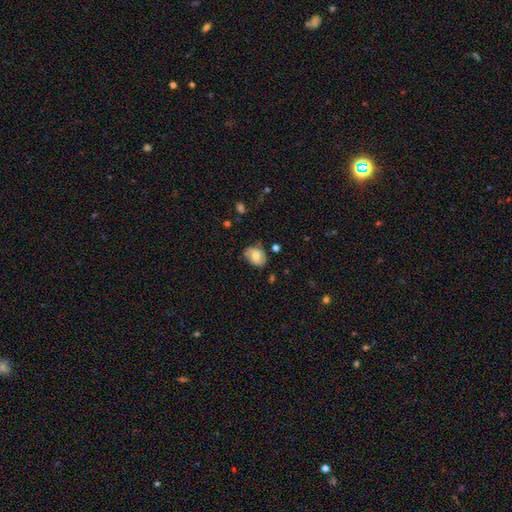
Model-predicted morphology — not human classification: Smooth or featured? Predicted: smooth (p=0.59). How rounded? Predicted: in between (p=0.71). Merging? Predicted: none (p=0.66).